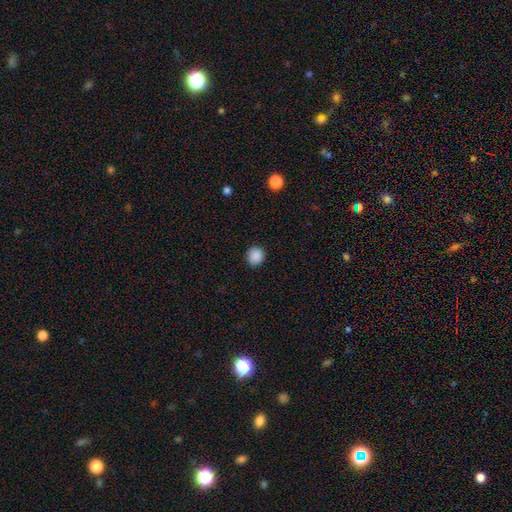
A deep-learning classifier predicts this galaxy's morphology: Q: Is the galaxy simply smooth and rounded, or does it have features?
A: smooth — 88%.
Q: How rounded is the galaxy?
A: round — 88%.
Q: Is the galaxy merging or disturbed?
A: none — 90%.